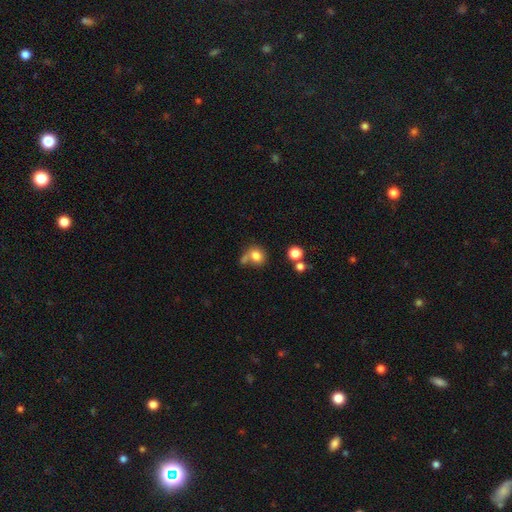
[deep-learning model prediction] Smooth or featured? smooth (79%)
How rounded? round (66%)
Merging? none (47%)